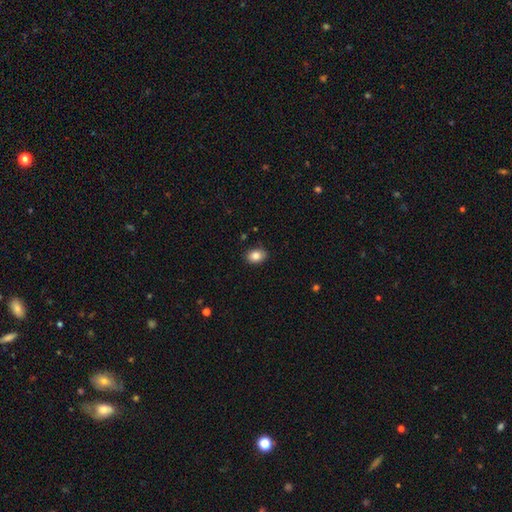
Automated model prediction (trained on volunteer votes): Smooth or featured? Predicted: smooth (p=0.84). How rounded? Predicted: in between (p=0.72). Merging? Predicted: none (p=0.87).